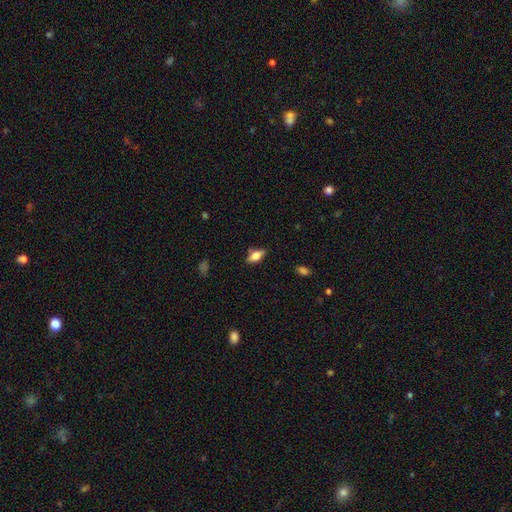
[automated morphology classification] smooth-or-featured: smooth: 66% | featured or disk: 26% | star or artifact: 8%
  how-rounded: in between: 83% | cigar-shaped: 13% | round: 4%
  merging: none: 80% | minor disturbance: 14% | major disturbance: 3% | merger: 3%